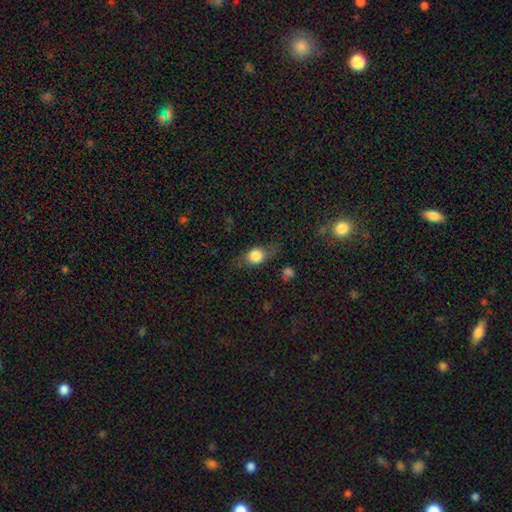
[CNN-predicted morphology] smooth-or-featured: smooth: 70% | featured or disk: 20% | star or artifact: 10%
  how-rounded: round: 53% | in between: 42% | cigar-shaped: 5%
  merging: none: 61% | minor disturbance: 23% | major disturbance: 13% | merger: 3%